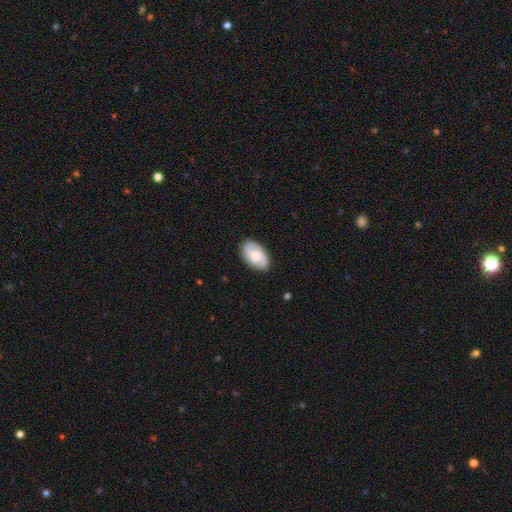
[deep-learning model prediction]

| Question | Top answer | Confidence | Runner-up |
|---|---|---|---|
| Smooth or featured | featured or disk | 51% | smooth (43%) |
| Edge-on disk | no | 95% | yes (5%) |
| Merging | none | 84% | minor disturbance (12%) |